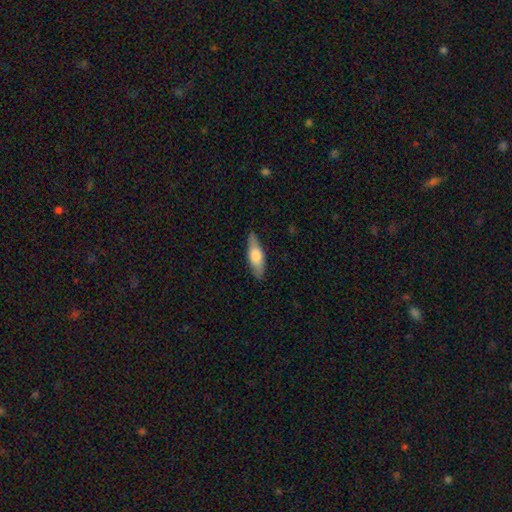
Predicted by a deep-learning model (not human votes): smooth 61%, featured or disk 34%, star or artifact 6%. Down the decision tree: how rounded — in between (51%); merging — none (85%).